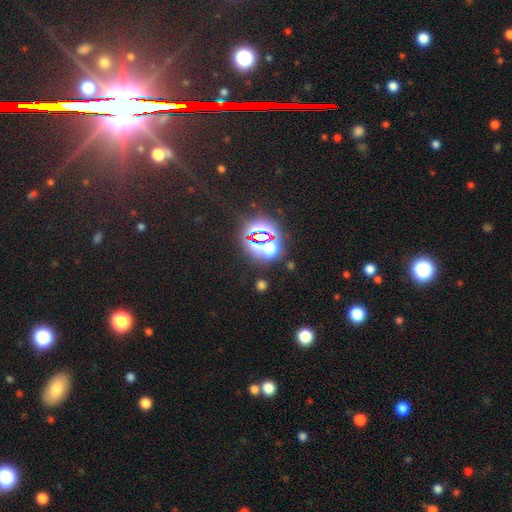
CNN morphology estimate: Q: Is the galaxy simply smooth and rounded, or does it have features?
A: star or artifact — 77%.